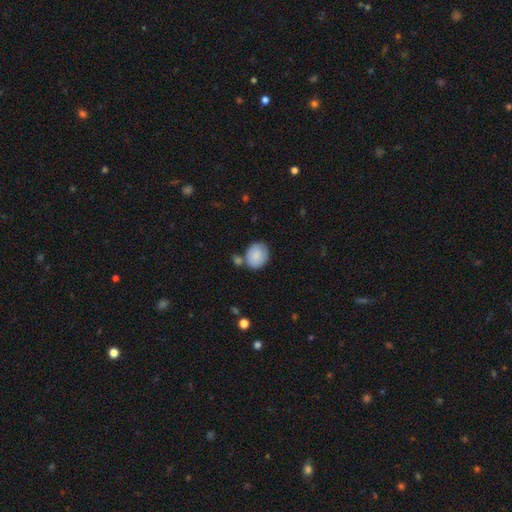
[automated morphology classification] Smooth or featured? smooth (85%)
How rounded? round (56%)
Merging? none (63%)